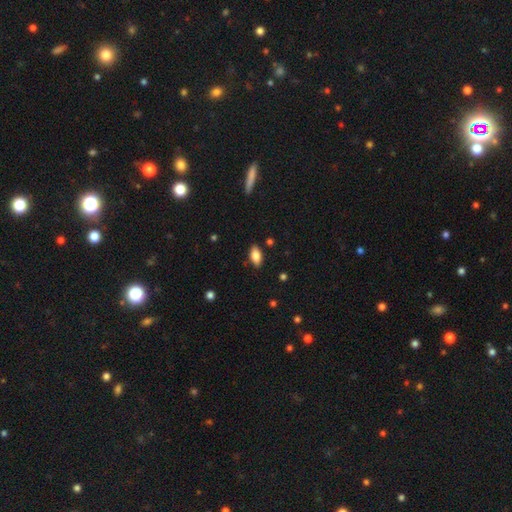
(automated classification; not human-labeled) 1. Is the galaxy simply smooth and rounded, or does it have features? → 84% smooth, 9% featured or disk, 7% star or artifact.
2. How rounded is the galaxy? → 91% in between, 7% cigar-shaped, 3% round.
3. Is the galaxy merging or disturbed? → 86% none, 10% minor disturbance, 2% major disturbance, 1% merger.